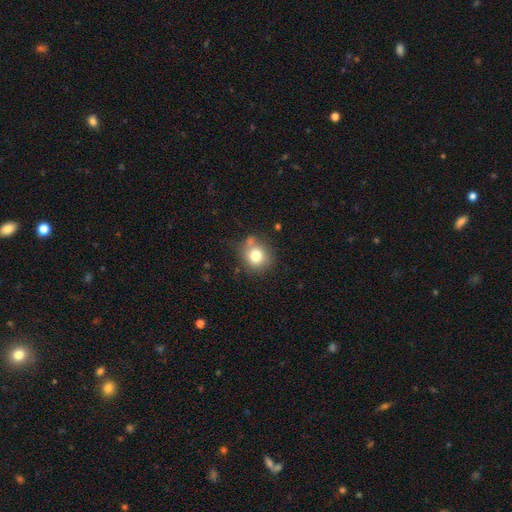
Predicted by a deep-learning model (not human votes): smooth 77%, featured or disk 11%, star or artifact 11%. Down the decision tree: how rounded — round (80%); merging — none (69%).